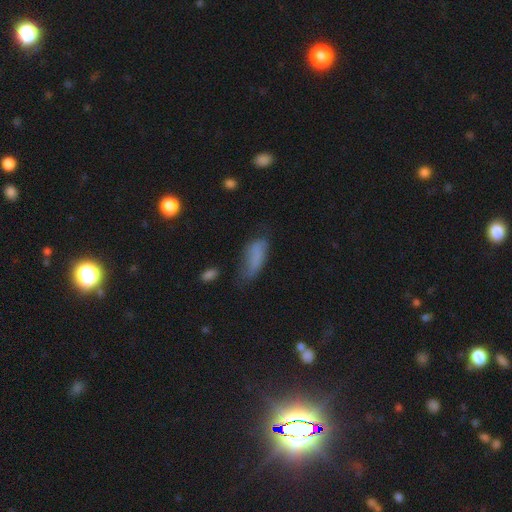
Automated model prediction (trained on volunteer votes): This is likely a smooth galaxy (70%). How rounded: likely in between (74%). Merging: marginally none (41%).